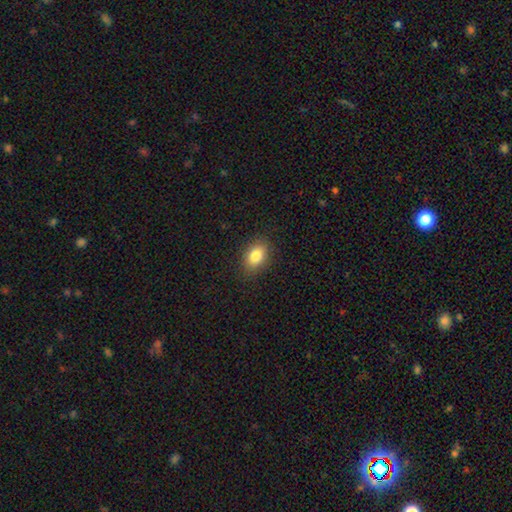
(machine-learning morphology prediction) The model was most divided on "how rounded": in between: 84%, round: 15%, cigar-shaped: 2%. More confident: merging — none (86%); smooth or featured — smooth (84%).